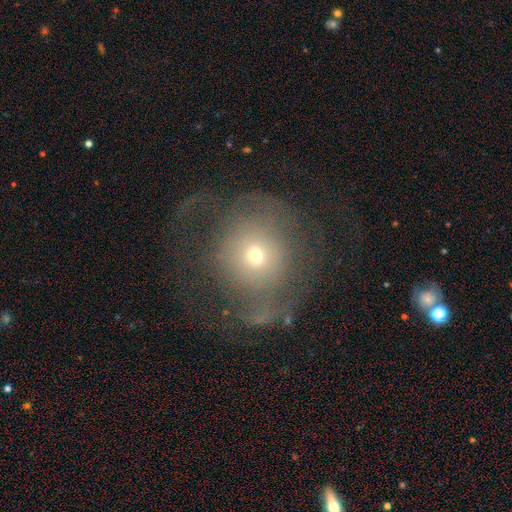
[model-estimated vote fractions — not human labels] smooth-or-featured: smooth: 43% (tied) | featured or disk: 43% (tied) | star or artifact: 13%
  merging: none: 42% | major disturbance: 40% | minor disturbance: 16% | merger: 2%